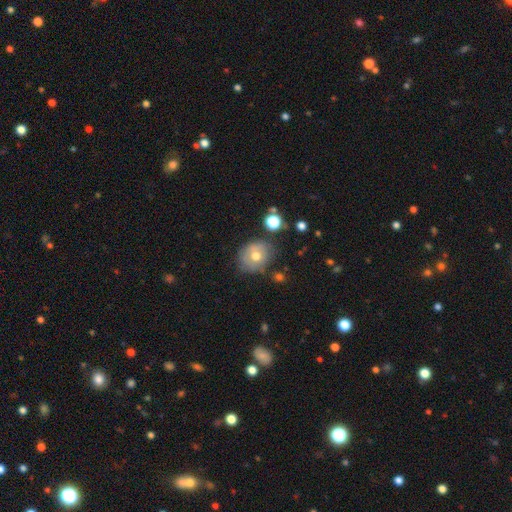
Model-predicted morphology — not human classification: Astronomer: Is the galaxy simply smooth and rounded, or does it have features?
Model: smooth — 64%.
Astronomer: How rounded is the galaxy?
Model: round — 69%.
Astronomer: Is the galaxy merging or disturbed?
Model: none — 67%.